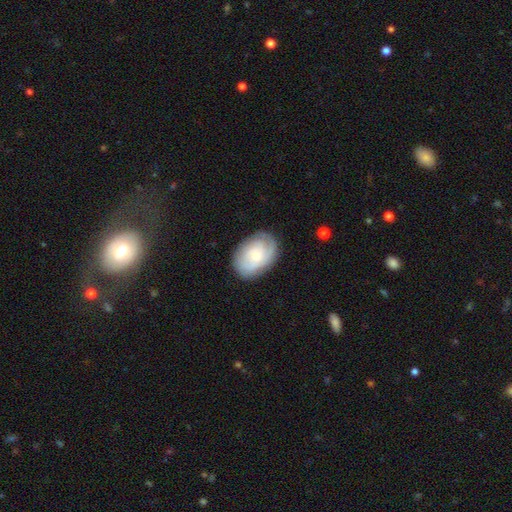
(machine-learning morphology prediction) The model was most divided on "smooth or featured": featured or disk: 53%, smooth: 41%, star or artifact: 6%. More confident: edge-on disk — no (96%); spiral arms — yes (77%); merging — none (76%); bar — no (75%); bulge size — small (53%).